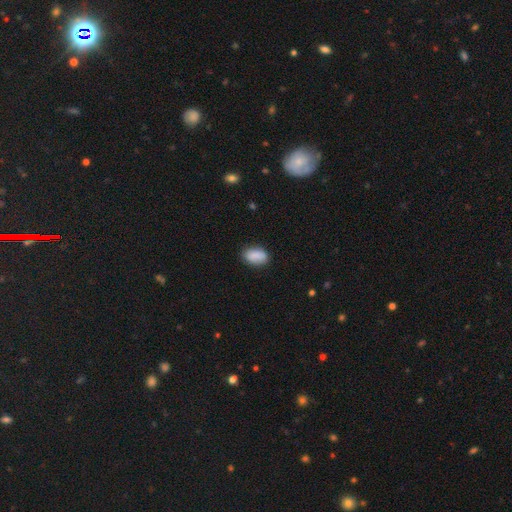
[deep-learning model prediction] A smooth galaxy with no disk features (87%) that is in between round and cigar-shaped (90%). Merging: none (80%).